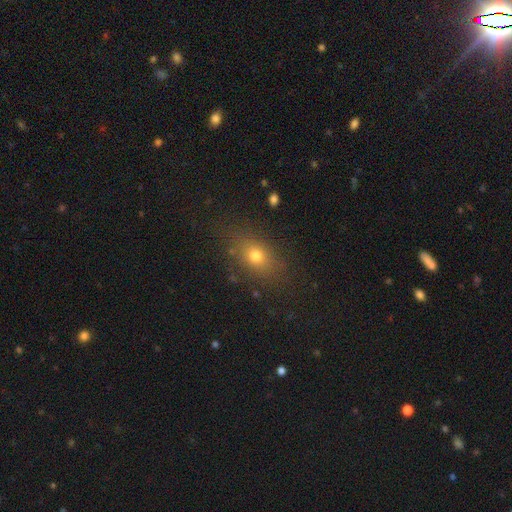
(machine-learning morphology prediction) Smooth or featured? smooth (72%)
How rounded? in between (68%)
Merging? none (81%)